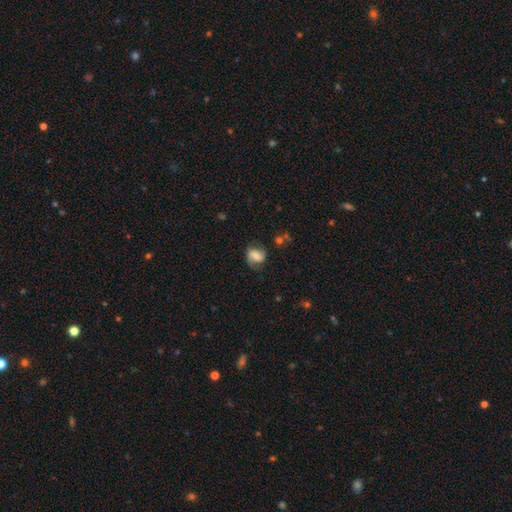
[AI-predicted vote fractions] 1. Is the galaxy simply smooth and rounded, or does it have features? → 46% featured or disk, 45% smooth, 9% star or artifact.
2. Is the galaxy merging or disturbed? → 63% none, 23% minor disturbance, 12% major disturbance, 2% merger.